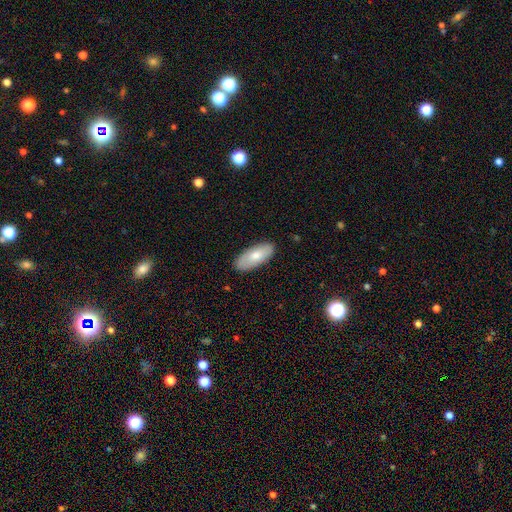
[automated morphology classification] A smooth galaxy with no disk features (75%) that is in between round and cigar-shaped (86%). Merging: none (87%).